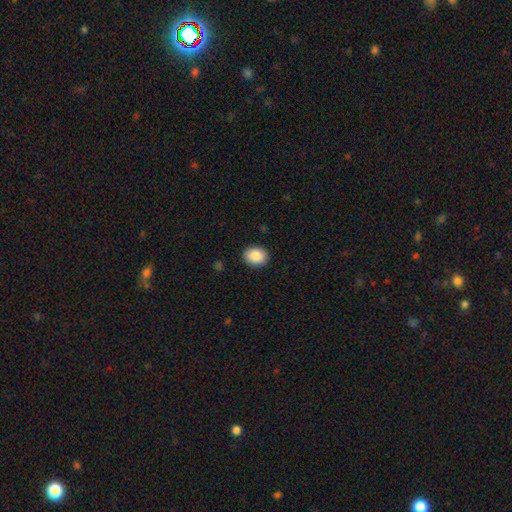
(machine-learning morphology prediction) A smooth galaxy with no disk features (89%) that is in between round and cigar-shaped (57%).

Vote fractions:
- Smooth or featured? smooth: 89% / star or artifact: 7% / featured or disk: 4%
- How rounded? in between: 57% / round: 42% / cigar-shaped: 1%
- Merging? none: 89% / minor disturbance: 8% / major disturbance: 2% / merger: 1%